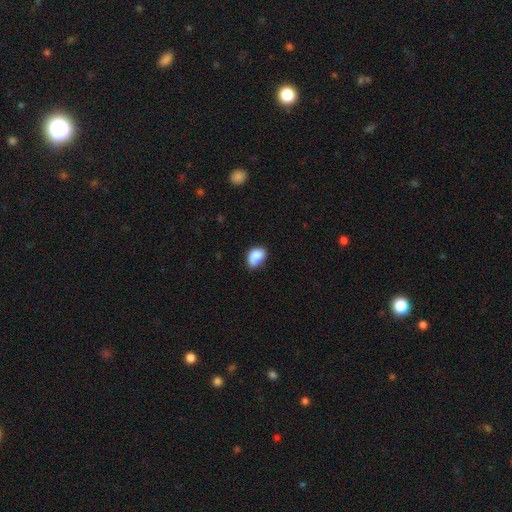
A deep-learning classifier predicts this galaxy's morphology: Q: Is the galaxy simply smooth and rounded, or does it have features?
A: smooth — 80%.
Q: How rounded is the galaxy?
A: in between — 73%.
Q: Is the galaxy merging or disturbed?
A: none — 43%.